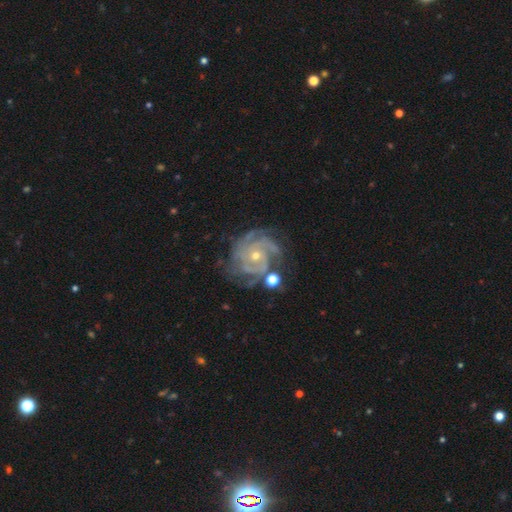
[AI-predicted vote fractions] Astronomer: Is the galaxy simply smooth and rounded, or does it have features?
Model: featured or disk — 90%.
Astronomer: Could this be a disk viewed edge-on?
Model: no — 98%.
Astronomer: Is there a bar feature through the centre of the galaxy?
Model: no — 73%.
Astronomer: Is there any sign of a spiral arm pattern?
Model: yes — 98%.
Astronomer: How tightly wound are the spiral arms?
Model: tight — 73%.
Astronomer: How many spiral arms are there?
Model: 3 — 35% (runner-up: 4, 23%).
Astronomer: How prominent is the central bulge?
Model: small — 62%.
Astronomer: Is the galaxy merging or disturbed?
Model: none — 68%.